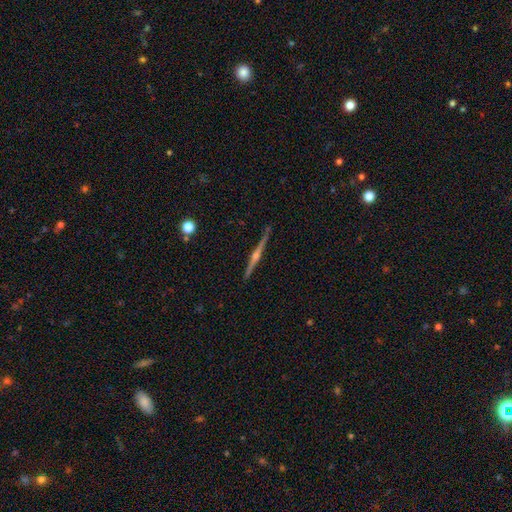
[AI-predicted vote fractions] Q: Smooth or featured?
A: featured or disk (86%); runner-up: smooth (8%)
Q: Edge-on disk?
A: yes (99%); runner-up: no (1%)
Q: Edge-on bulge?
A: rounded (90%); runner-up: none (5%)
Q: Merging?
A: none (92%); runner-up: minor disturbance (6%)